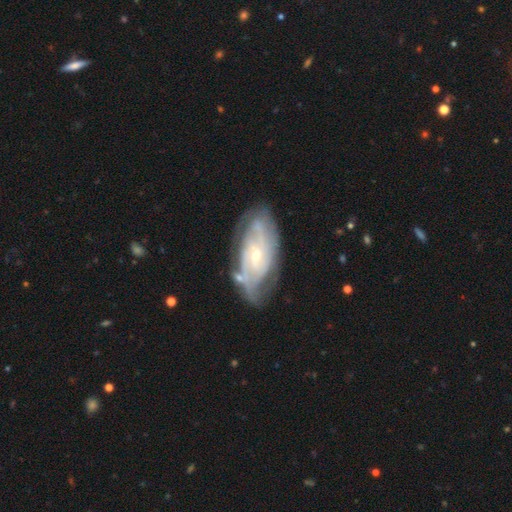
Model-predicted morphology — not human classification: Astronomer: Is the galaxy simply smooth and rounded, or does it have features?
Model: featured or disk — 81%.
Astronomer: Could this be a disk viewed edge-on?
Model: no — 94%.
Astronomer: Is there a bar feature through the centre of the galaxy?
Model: no — 64%.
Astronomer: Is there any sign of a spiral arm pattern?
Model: yes — 90%.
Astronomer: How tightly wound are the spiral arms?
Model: tight — 60%.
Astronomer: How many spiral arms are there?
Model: can't tell — 42% (runner-up: 2, 29%).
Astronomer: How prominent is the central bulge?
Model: small — 69%.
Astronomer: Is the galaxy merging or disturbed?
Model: none — 66%.